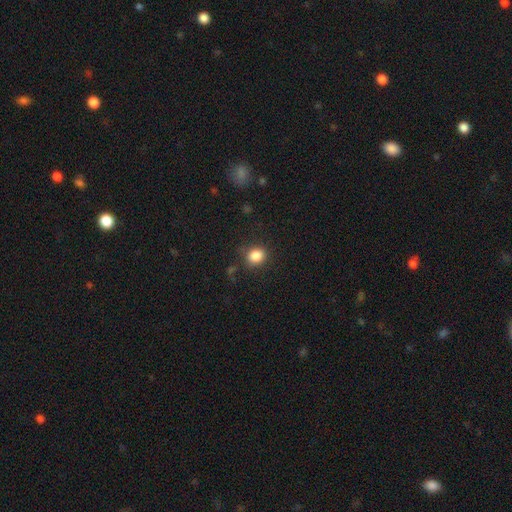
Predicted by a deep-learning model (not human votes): smooth 86%, star or artifact 10%, featured or disk 4%. Down the decision tree: how rounded — round (65%); merging — none (78%).